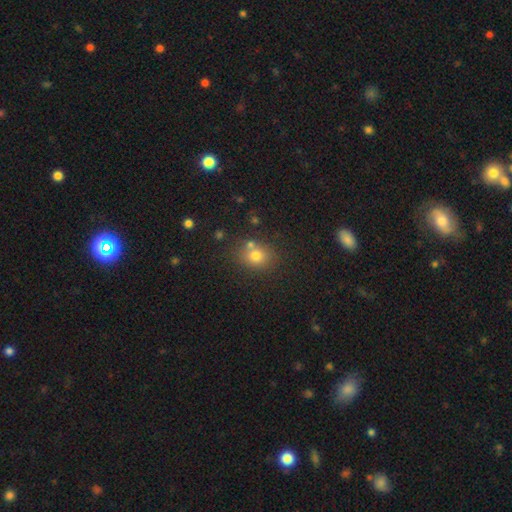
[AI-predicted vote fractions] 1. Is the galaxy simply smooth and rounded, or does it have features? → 74% smooth, 16% star or artifact, 10% featured or disk.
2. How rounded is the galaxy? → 67% round, 32% in between, 1% cigar-shaped.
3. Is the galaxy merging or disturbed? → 68% none, 17% merger, 11% minor disturbance, 4% major disturbance.